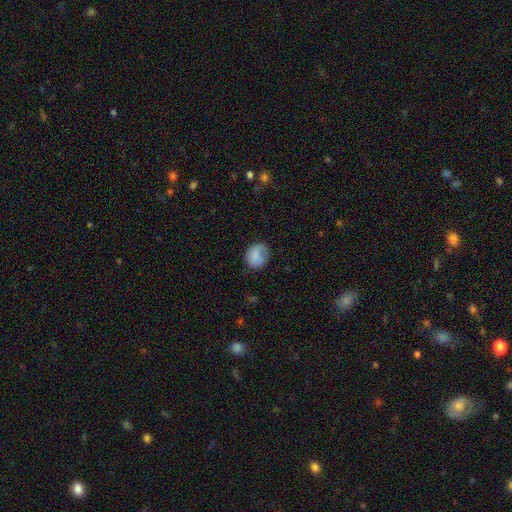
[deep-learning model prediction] The model was most divided on "merging": none: 56%, minor disturbance: 27%, major disturbance: 16%, merger: 2%. More confident: smooth or featured — smooth (74%); how rounded — round (71%).